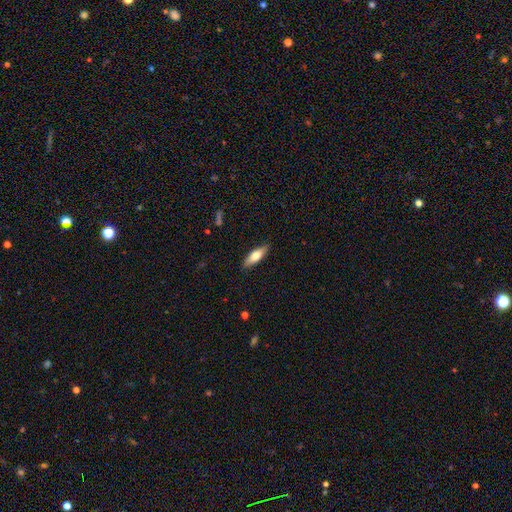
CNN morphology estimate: Smooth or featured? smooth (66%)
How rounded? in between (51%)
Merging? none (88%)